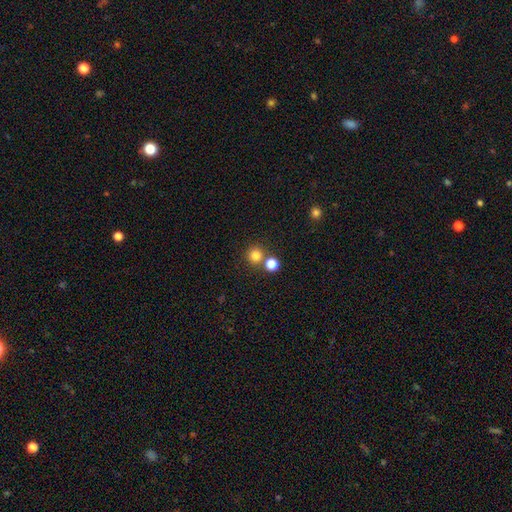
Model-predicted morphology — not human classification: smooth 80%, star or artifact 15%, featured or disk 5%. Down the decision tree: how rounded — round (93%); merging — none (71%).